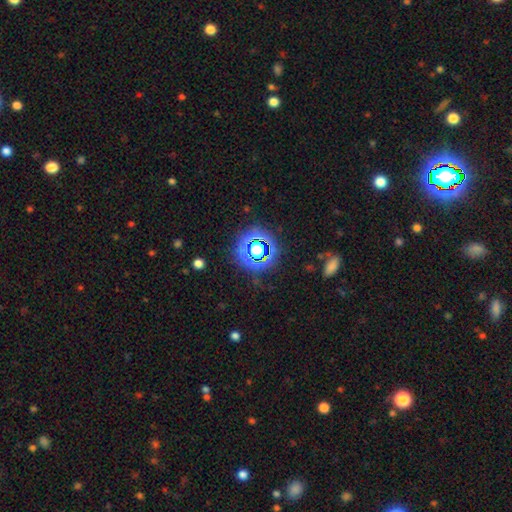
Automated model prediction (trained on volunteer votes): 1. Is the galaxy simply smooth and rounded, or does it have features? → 78% star or artifact, 14% smooth, 7% featured or disk.